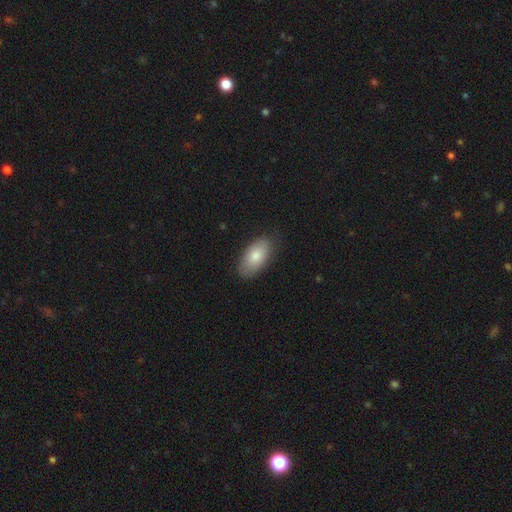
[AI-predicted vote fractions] This is likely a smooth galaxy (80%). How rounded: clearly in between (94%). Merging: clearly none (80%).